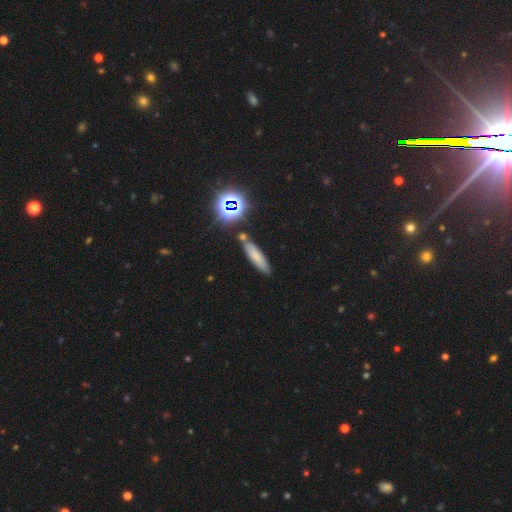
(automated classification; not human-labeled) Morphology: type=smooth (62%); roundness=cigar-shaped (66%); merging=none (79%).